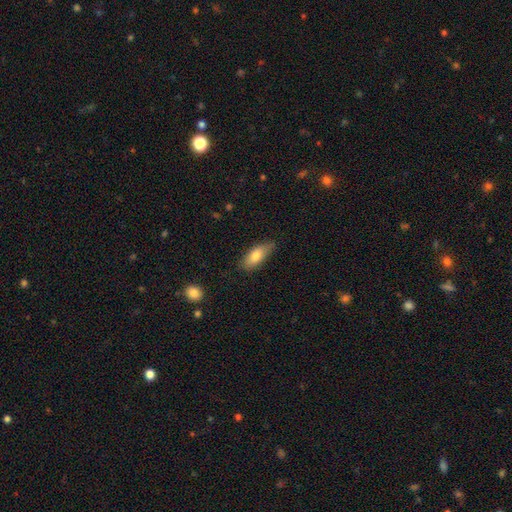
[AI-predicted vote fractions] Overall: smooth (76%). How rounded: in between (77%). Merging: none (73%).